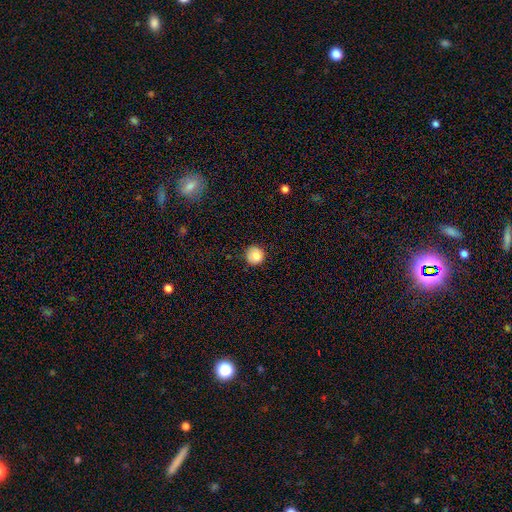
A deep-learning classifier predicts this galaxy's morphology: smooth 84%, star or artifact 9%, featured or disk 7%. Down the decision tree: how rounded — round (95%); merging — none (87%).